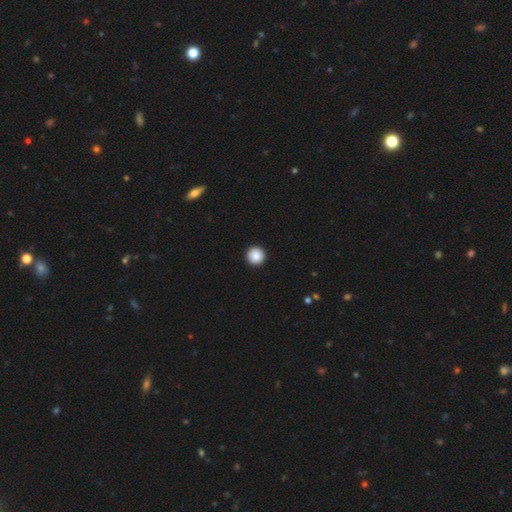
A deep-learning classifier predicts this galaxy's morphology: A smooth galaxy with no disk features (88%) that is round (96%).

Vote fractions:
- Smooth or featured? smooth: 88% / star or artifact: 9% / featured or disk: 3%
- How rounded? round: 96% / in between: 3% / cigar-shaped: 1%
- Merging? none: 94% / minor disturbance: 4% / major disturbance: 1% / merger: 1%